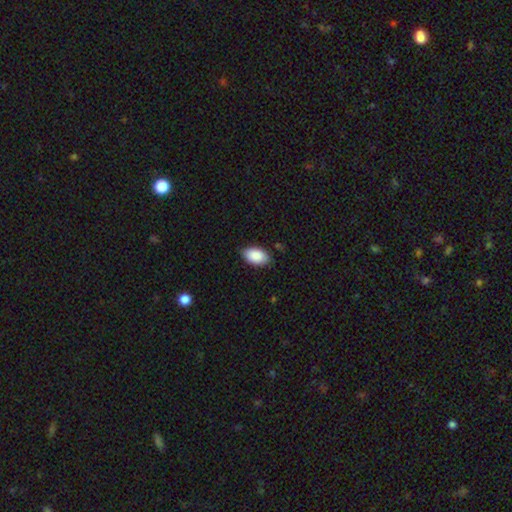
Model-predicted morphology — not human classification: A smooth galaxy with no disk features (89%) that is in between round and cigar-shaped (95%).

Vote fractions:
- Smooth or featured? smooth: 89% / star or artifact: 6% / featured or disk: 5%
- How rounded? in between: 95% / round: 4% / cigar-shaped: 2%
- Merging? none: 82% / minor disturbance: 14% / major disturbance: 2% / merger: 1%